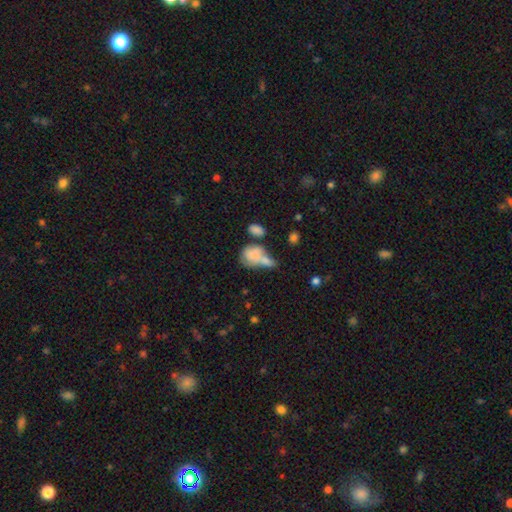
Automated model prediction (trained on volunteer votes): smooth-or-featured: smooth: 73% | featured or disk: 18% | star or artifact: 9%
  how-rounded: in between: 70% | round: 27% | cigar-shaped: 3%
  merging: merger: 51% | none: 23% | minor disturbance: 15% | major disturbance: 12%